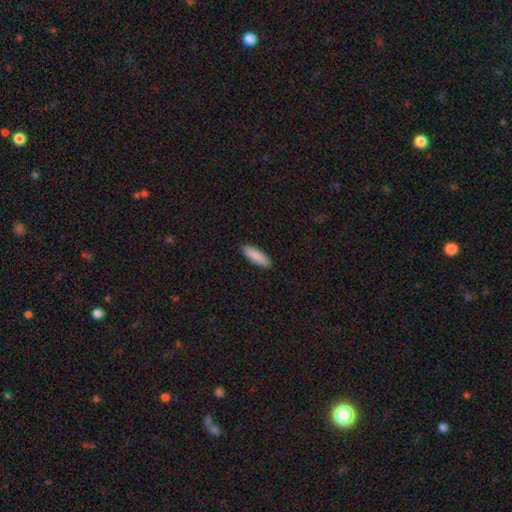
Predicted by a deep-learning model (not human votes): Morphology: type=smooth (89%); roundness=cigar-shaped (58%); merging=none (91%).